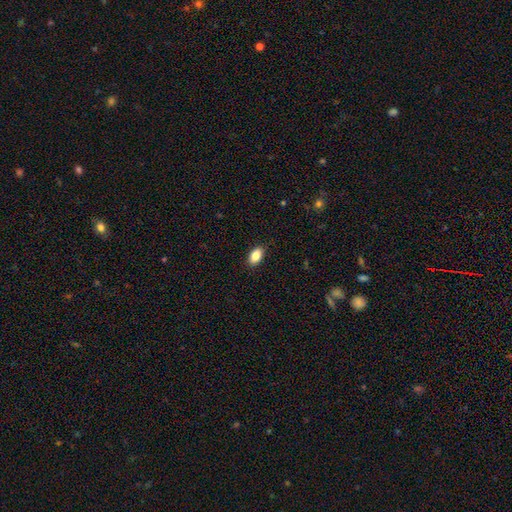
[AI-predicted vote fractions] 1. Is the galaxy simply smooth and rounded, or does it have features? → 86% smooth, 8% star or artifact, 6% featured or disk.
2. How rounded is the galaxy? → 91% in between, 7% round, 2% cigar-shaped.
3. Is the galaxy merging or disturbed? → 88% none, 9% minor disturbance, 2% major disturbance, 1% merger.